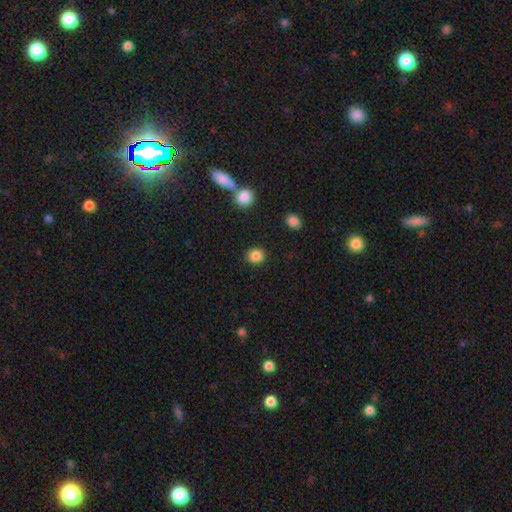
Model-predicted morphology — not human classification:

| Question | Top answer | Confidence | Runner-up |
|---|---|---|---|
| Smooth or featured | smooth | 87% | star or artifact (10%) |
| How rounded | round | 77% | in between (22%) |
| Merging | none | 89% | minor disturbance (7%) |